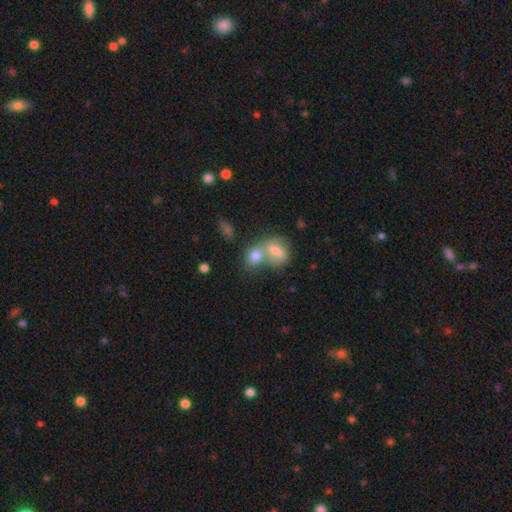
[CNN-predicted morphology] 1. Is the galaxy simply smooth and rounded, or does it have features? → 70% smooth, 20% featured or disk, 10% star or artifact.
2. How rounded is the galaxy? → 51% in between, 47% round, 2% cigar-shaped.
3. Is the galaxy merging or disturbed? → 62% merger, 26% none, 8% minor disturbance, 4% major disturbance.